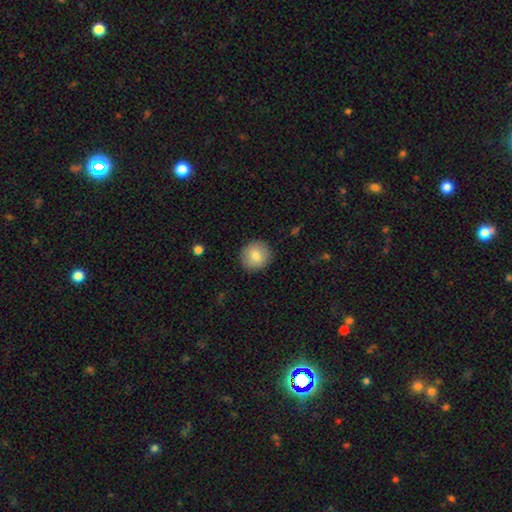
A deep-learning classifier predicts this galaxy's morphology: type=smooth (82%); roundness=round (93%); merging=none (90%).